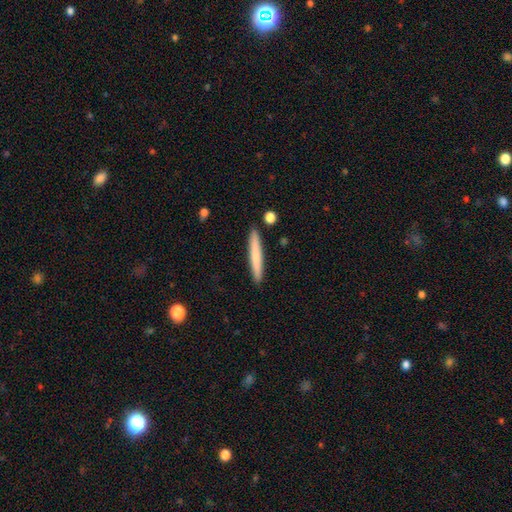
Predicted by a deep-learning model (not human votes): This is likely a smooth galaxy (73%). How rounded: clearly cigar-shaped (96%). Merging: clearly none (91%).